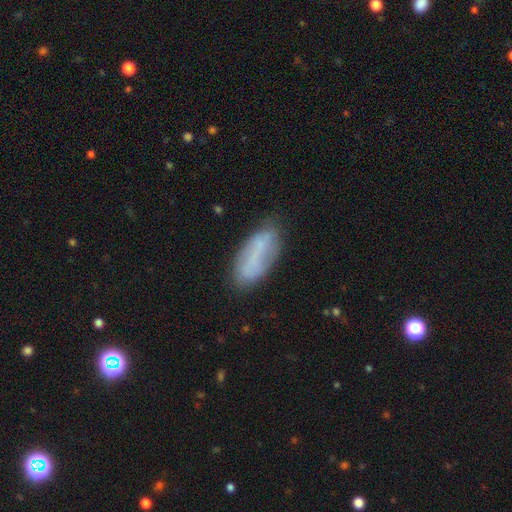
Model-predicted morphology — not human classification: A smooth galaxy with no disk features (60%) that is in between round and cigar-shaped (72%). Merging: none (73%).